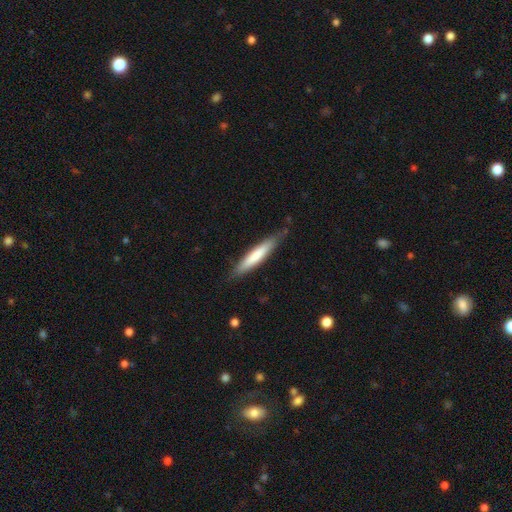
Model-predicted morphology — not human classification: Smooth or featured? smooth (71%)
How rounded? cigar-shaped (90%)
Merging? none (82%)